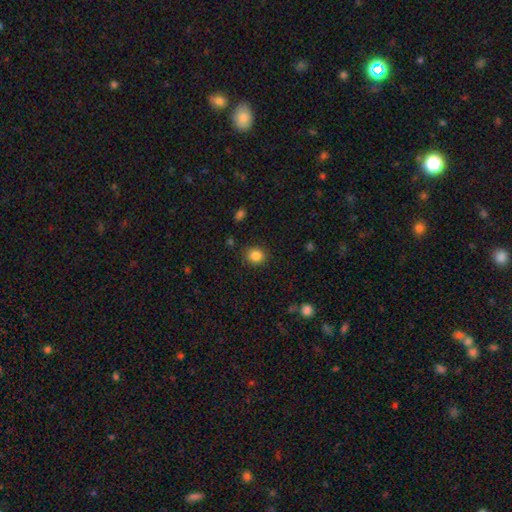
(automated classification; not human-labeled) smooth_or_featured: smooth (p=0.86) [alt: star or artifact p=0.10]
how_rounded: round (p=0.80) [alt: in between p=0.19]
merging: none (p=0.87) [alt: minor disturbance p=0.09]